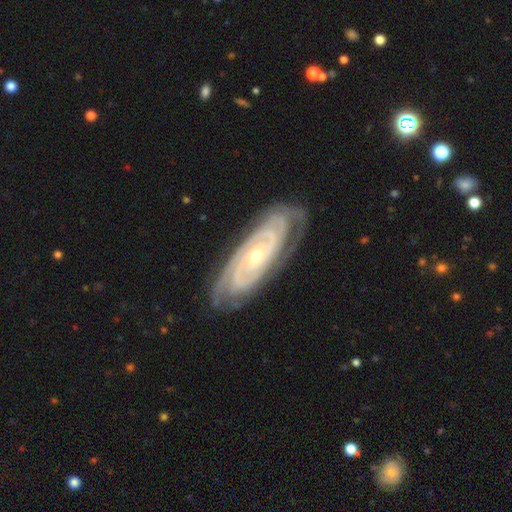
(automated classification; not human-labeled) Smooth or featured? Predicted: featured or disk (p=0.90). Edge-on disk? Predicted: no (p=0.93). Bar? Predicted: no (p=0.71). Spiral arms? Predicted: yes (p=0.98). Spiral winding? Predicted: tight (p=0.82). Spiral arm count? Predicted: 2 (p=0.26). Bulge size? Predicted: small (p=0.70). Merging? Predicted: none (p=0.79).